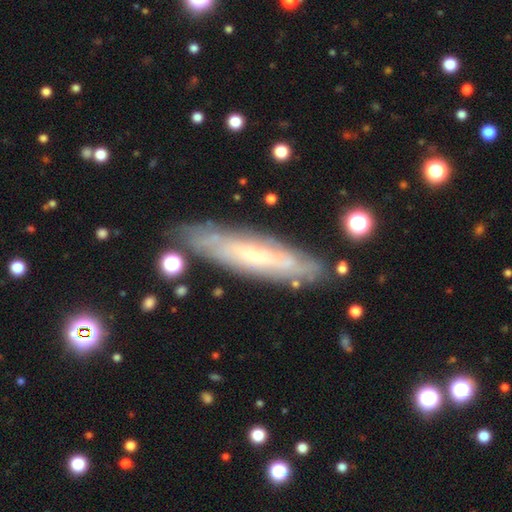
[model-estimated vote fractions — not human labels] featured or disk 65%, smooth 28%, star or artifact 7%. Down the decision tree: edge-on disk — no (51%); merging — none (82%).